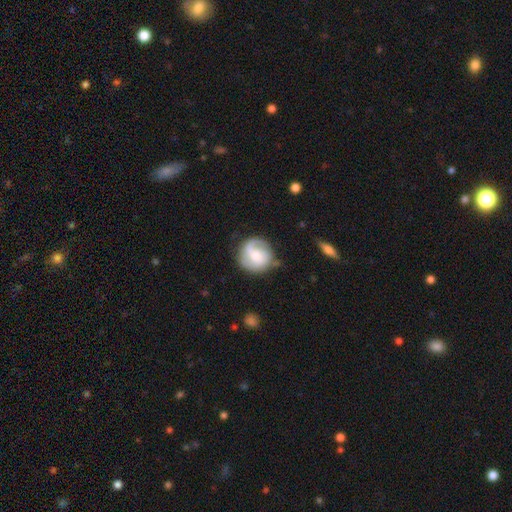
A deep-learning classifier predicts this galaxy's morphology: This appears to be a featured or disk galaxy (67%) with no bar (56%), 2 (54%) medium (41%) spiral arms (90%) and a moderate central bulge (53%). Merging: none (69%).